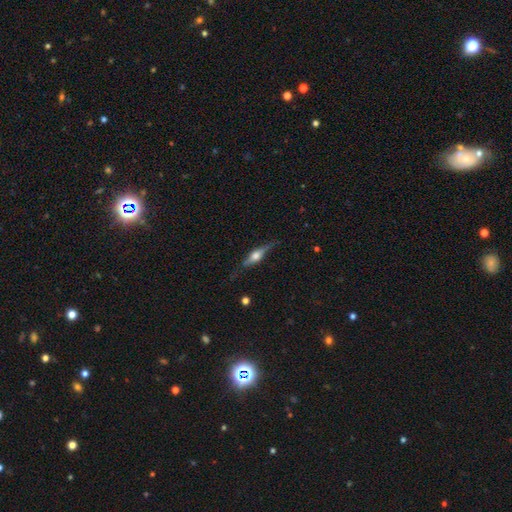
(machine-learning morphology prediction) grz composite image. It shows a featured or disk galaxy (71%) viewed edge-on (95%) with a rounded central bulge (92%). Merging: none (76%).